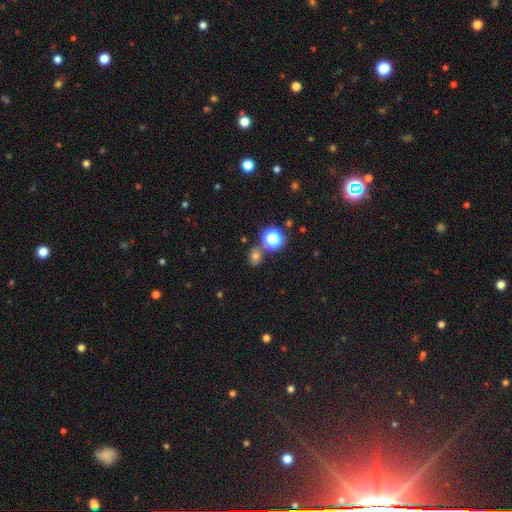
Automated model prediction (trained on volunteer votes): This is likely a smooth galaxy (65%). How rounded: likely round (64%). Merging: likely none (73%).